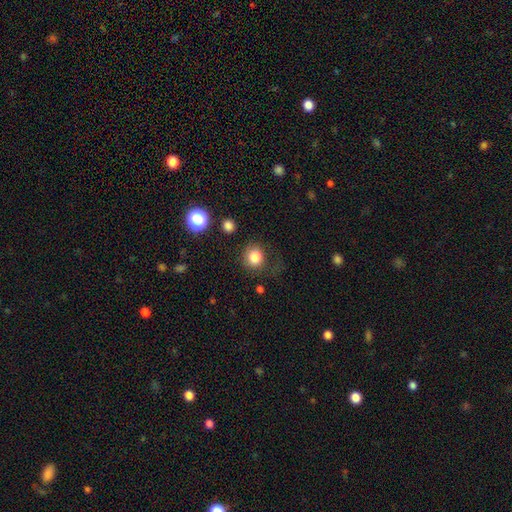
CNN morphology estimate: type=smooth (83%); roundness=round (82%); merging=none (73%).